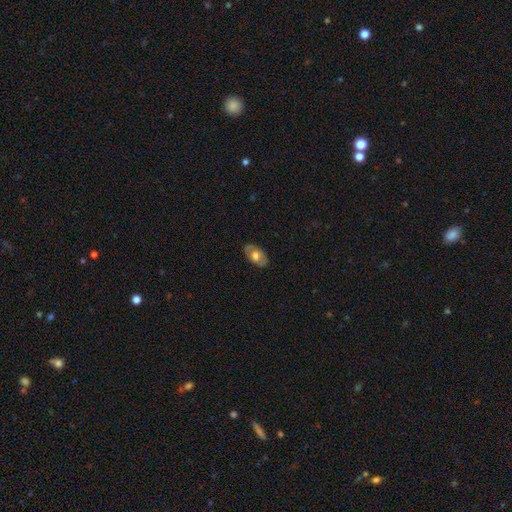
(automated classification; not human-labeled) A smooth galaxy with no disk features (54%) that is in between round and cigar-shaped (91%). Merging: none (82%).